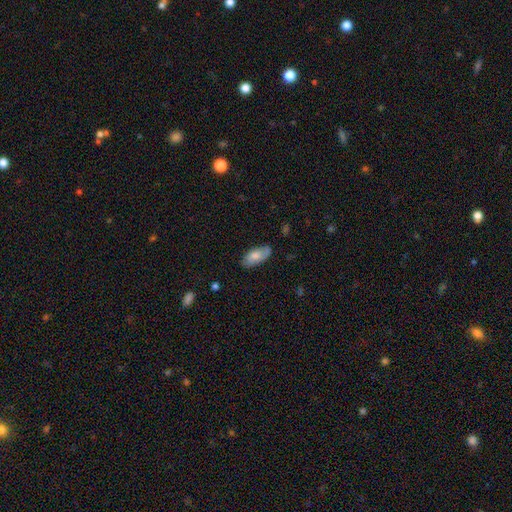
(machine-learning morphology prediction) Smooth or featured? Predicted: smooth (p=0.71). How rounded? Predicted: in between (p=0.90). Merging? Predicted: none (p=0.77).